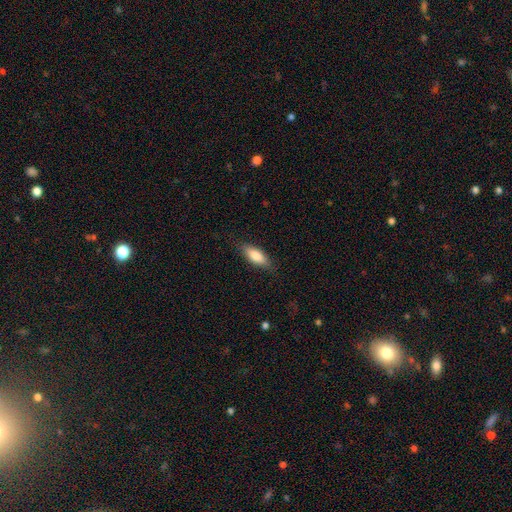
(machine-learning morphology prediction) A smooth galaxy with no disk features (80%) that is in between round and cigar-shaped (72%). Merging: none (82%).